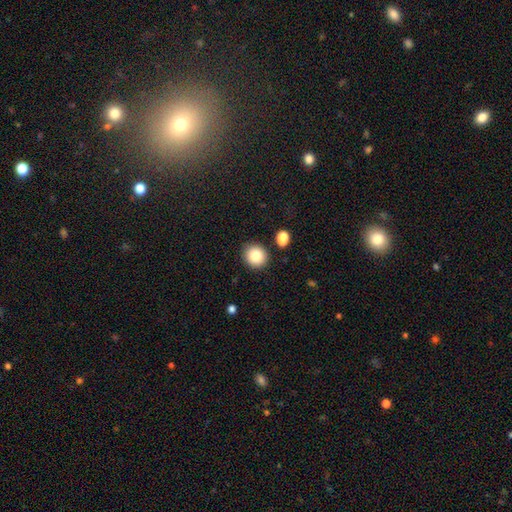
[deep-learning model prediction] smooth-or-featured: smooth: 84% | star or artifact: 10% | featured or disk: 7%
  how-rounded: round: 87% | in between: 12% | cigar-shaped: 1%
  merging: none: 86% | minor disturbance: 7% | merger: 4% | major disturbance: 2%